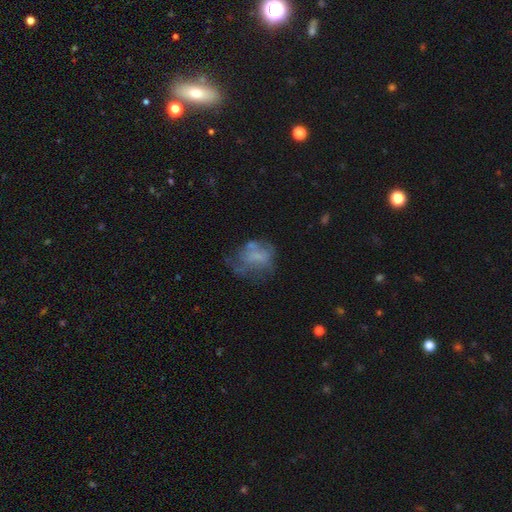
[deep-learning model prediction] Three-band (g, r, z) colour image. It shows a featured or disk galaxy (44%). Merging: none (36%).